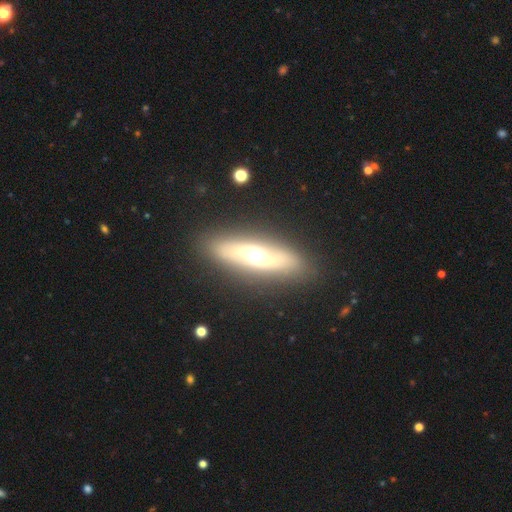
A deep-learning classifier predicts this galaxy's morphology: The model was most divided on "edge-on disk": no: 66%, yes: 34%. More confident: merging — none (86%); smooth or featured — featured or disk (67%).